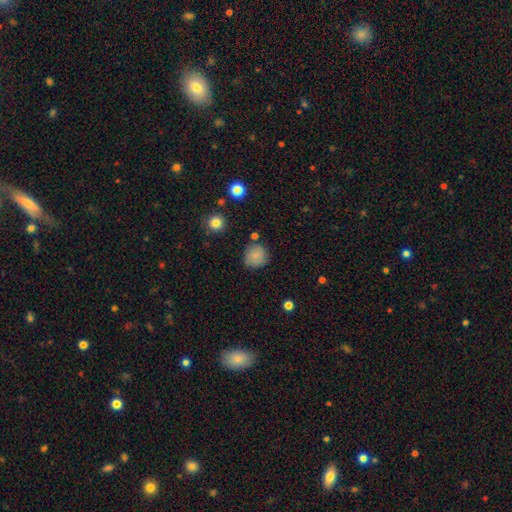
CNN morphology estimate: This appears to be a smooth galaxy with no disk features (81%) that is round (89%). Merging: none (79%).